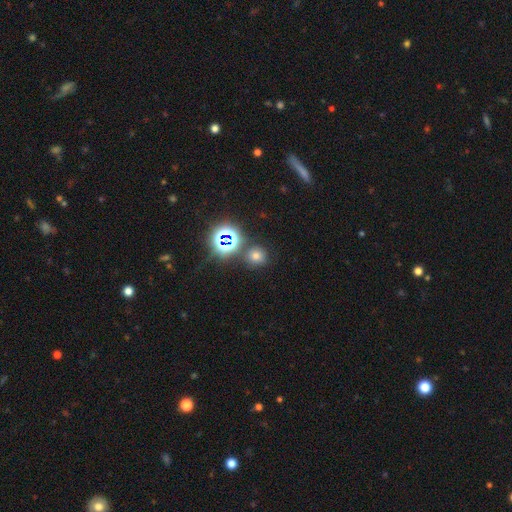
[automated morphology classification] The model was most divided on "smooth or featured": smooth: 63%, star or artifact: 29%, featured or disk: 8%. More confident: how rounded — round (87%); merging — none (80%).